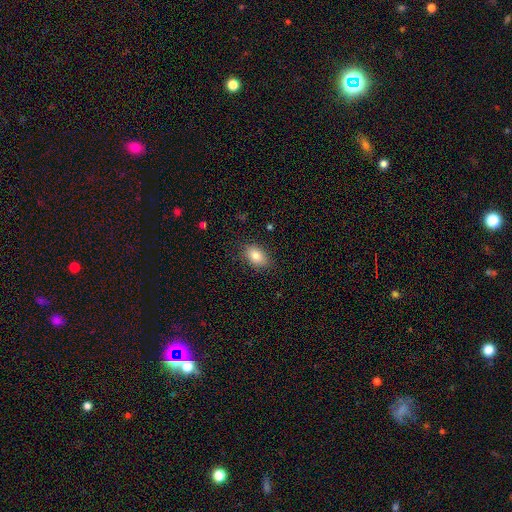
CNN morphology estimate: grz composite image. It shows a smooth galaxy with no disk features (83%) that is in between round and cigar-shaped (85%). Merging: none (85%).